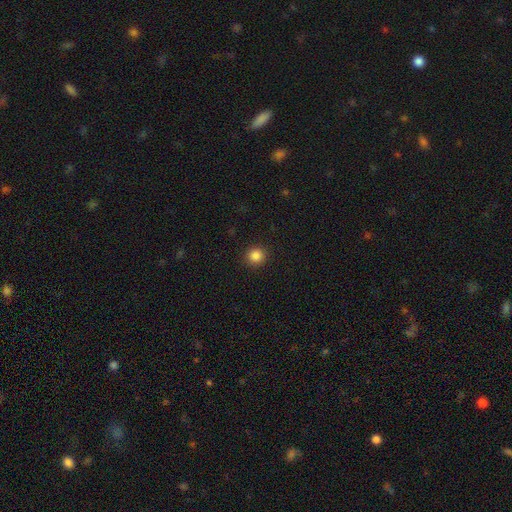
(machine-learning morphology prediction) smooth 86%, star or artifact 11%, featured or disk 3%. Down the decision tree: how rounded — round (93%); merging — none (92%).